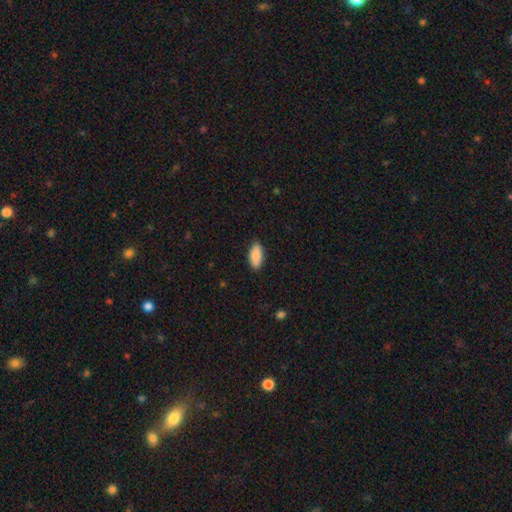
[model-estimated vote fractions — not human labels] Morphology: type=smooth (89%); roundness=in between (89%); merging=none (87%).